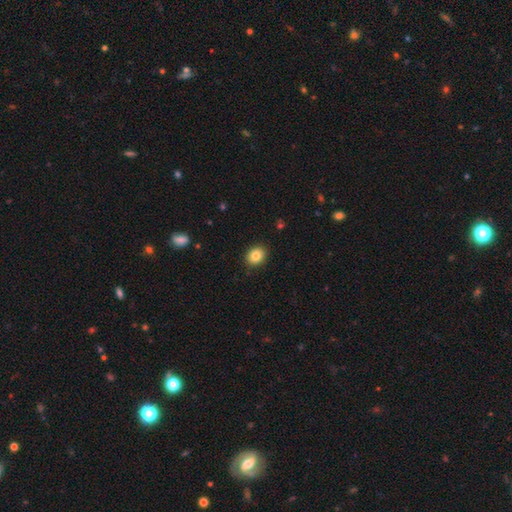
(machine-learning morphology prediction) Smooth or featured?
  - smooth: 84% *
  - star or artifact: 9%
  - featured or disk: 7%
How rounded?
  - round: 55% *
  - in between: 44%
  - cigar-shaped: 1%
Merging?
  - none: 90% *
  - minor disturbance: 7%
  - major disturbance: 2%
  - merger: 1%